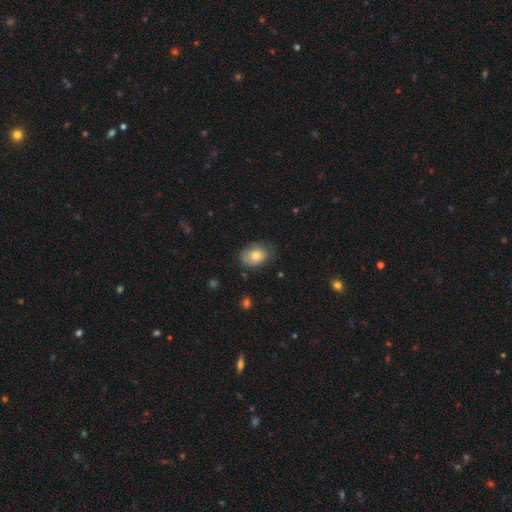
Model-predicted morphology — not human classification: smooth-or-featured: smooth: 78% | featured or disk: 14% | star or artifact: 8%
  how-rounded: in between: 76% | round: 23% | cigar-shaped: 1%
  merging: none: 70% | minor disturbance: 23% | major disturbance: 5% | merger: 1%